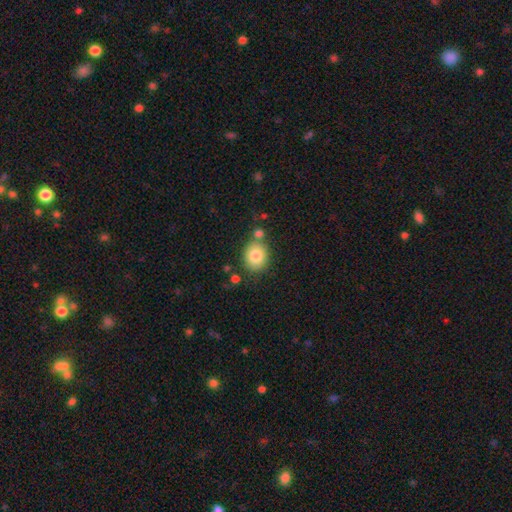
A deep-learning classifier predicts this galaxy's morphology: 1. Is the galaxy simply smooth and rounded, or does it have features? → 81% smooth, 10% featured or disk, 9% star or artifact.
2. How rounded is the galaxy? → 68% round, 31% in between, 1% cigar-shaped.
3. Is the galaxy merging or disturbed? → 73% none, 13% merger, 12% minor disturbance, 3% major disturbance.